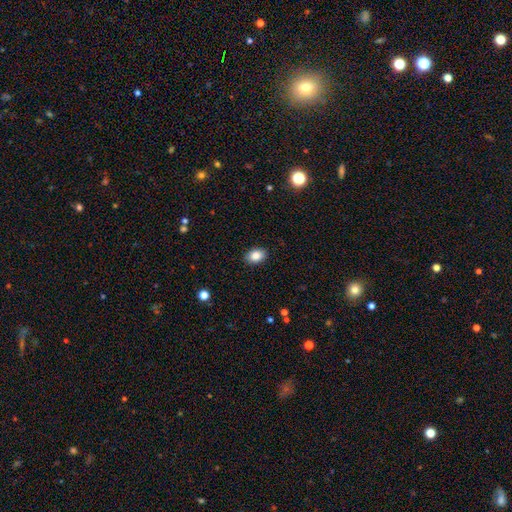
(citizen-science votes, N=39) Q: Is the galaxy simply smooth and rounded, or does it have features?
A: smooth — 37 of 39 (95%).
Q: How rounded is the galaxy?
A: in between — 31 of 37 (84%).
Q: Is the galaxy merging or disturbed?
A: none — 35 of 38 (92%).